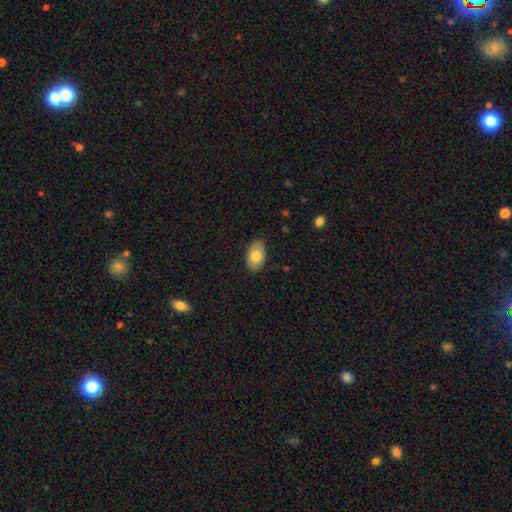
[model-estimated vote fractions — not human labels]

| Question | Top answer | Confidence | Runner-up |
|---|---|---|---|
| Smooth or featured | smooth | 79% | featured or disk (15%) |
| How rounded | in between | 93% | round (5%) |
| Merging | none | 87% | minor disturbance (10%) |